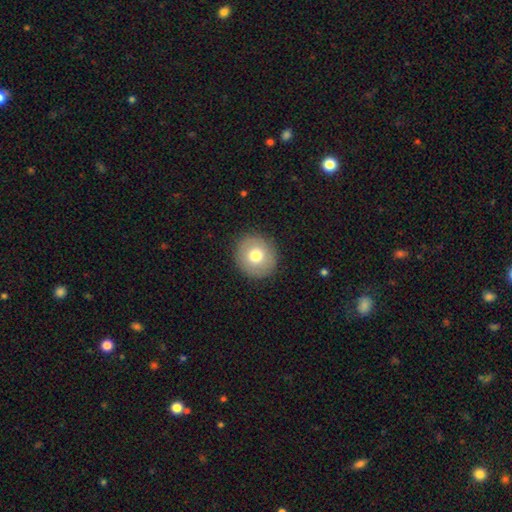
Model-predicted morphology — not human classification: type=smooth (74%); roundness=round (89%); merging=none (90%).